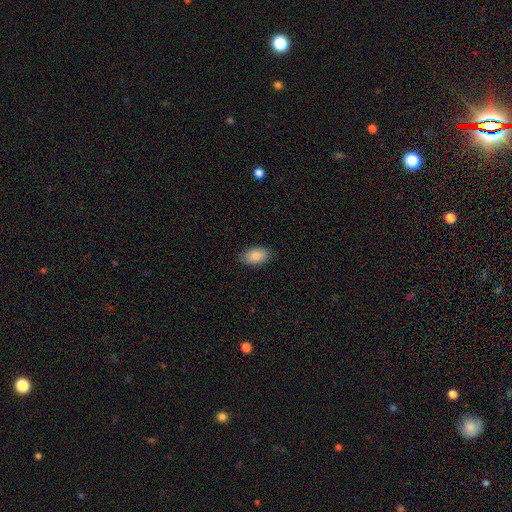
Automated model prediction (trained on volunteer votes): A smooth galaxy with no disk features (87%) that is in between round and cigar-shaped (93%).

Vote fractions:
- Smooth or featured? smooth: 87% / featured or disk: 7% / star or artifact: 7%
- How rounded? in between: 93% / round: 5% / cigar-shaped: 2%
- Merging? none: 86% / minor disturbance: 11% / major disturbance: 2% / merger: 1%